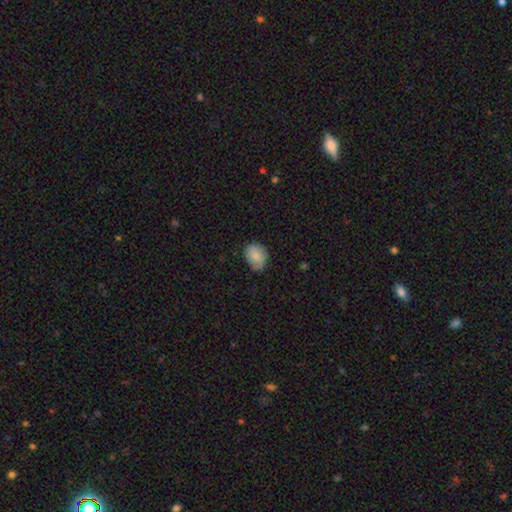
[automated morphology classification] Smooth or featured? Predicted: smooth (p=0.83). How rounded? Predicted: round (p=0.50). Merging? Predicted: none (p=0.65).